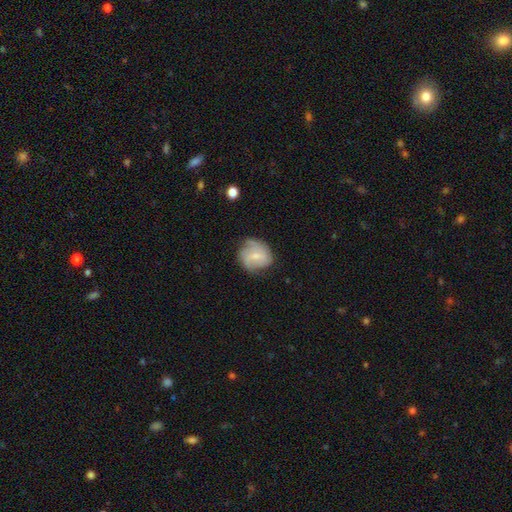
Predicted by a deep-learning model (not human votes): Smooth or featured: featured or disk — 51% (smooth — 42%)
Edge-on disk: no — 97% (yes — 3%)
Merging: none — 62% (minor disturbance — 27%)